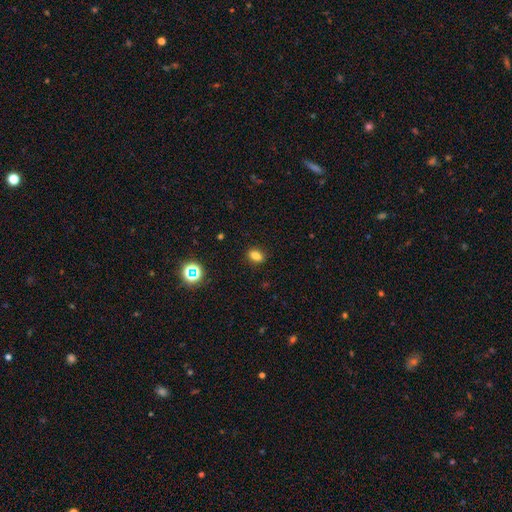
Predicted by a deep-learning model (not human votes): Smooth or featured: smooth — 80% (star or artifact — 14%)
How rounded: in between — 72% (round — 26%)
Merging: none — 88% (minor disturbance — 9%)